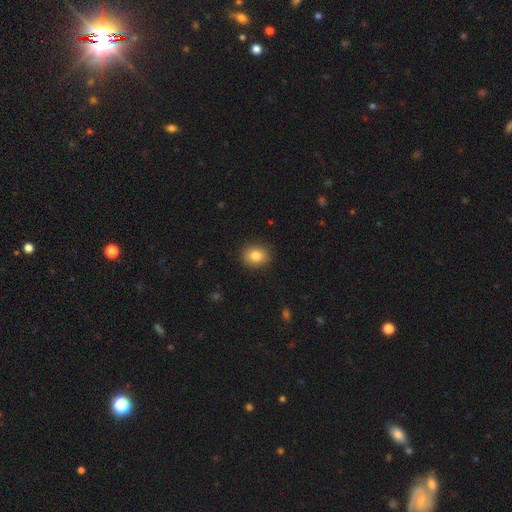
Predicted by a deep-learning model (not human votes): smooth 82%, star or artifact 10%, featured or disk 8%. Down the decision tree: how rounded — round (62%); merging — none (89%).